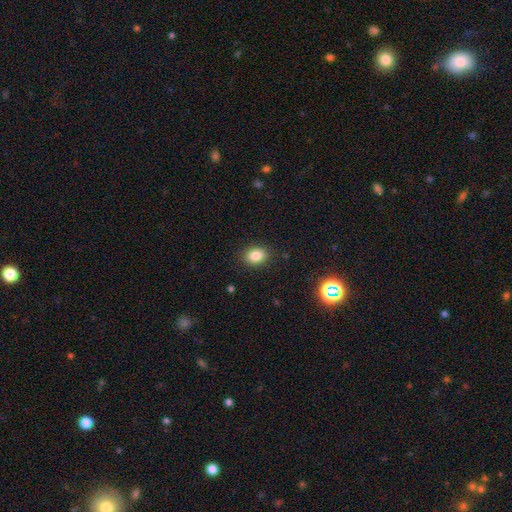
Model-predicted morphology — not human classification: Smooth or featured: smooth — 84% (star or artifact — 10%)
How rounded: in between — 65% (round — 34%)
Merging: none — 88% (minor disturbance — 9%)